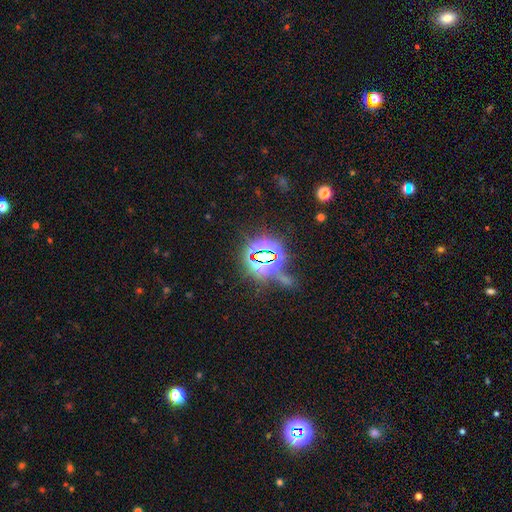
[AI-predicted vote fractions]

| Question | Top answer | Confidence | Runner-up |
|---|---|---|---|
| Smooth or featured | star or artifact | 81% | smooth (11%) |